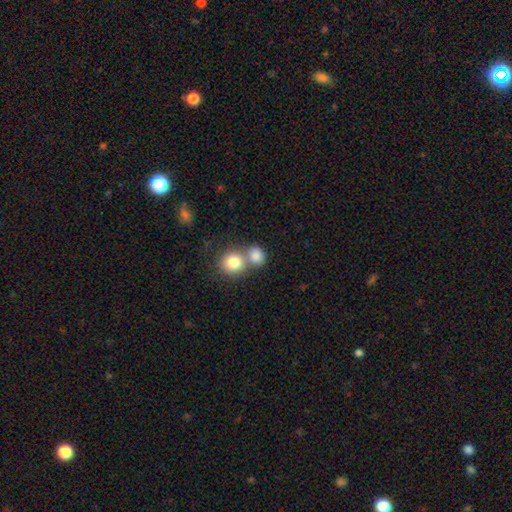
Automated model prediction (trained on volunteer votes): Smooth or featured: smooth — 83% (star or artifact — 9%)
How rounded: round — 73% (in between — 26%)
Merging: merger — 52% (none — 38%)